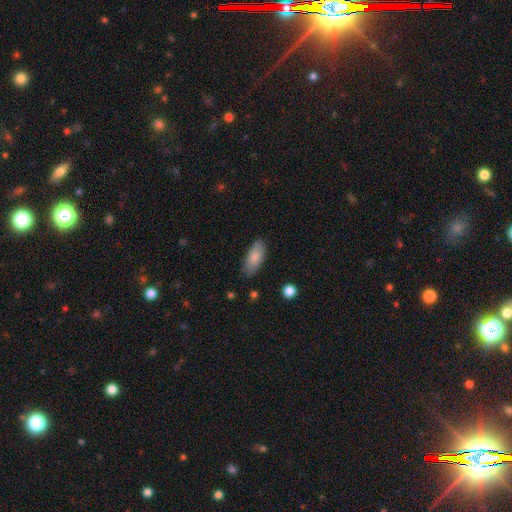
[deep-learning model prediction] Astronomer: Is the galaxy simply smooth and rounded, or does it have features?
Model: smooth — 84%.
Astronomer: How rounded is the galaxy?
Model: in between — 85%.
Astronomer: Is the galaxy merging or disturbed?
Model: none — 78%.